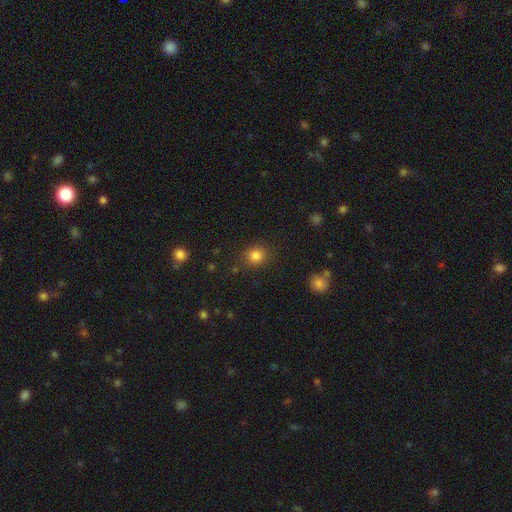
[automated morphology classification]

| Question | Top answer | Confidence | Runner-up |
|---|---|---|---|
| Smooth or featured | smooth | 83% | star or artifact (12%) |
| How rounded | round | 83% | in between (16%) |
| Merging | none | 85% | minor disturbance (9%) |